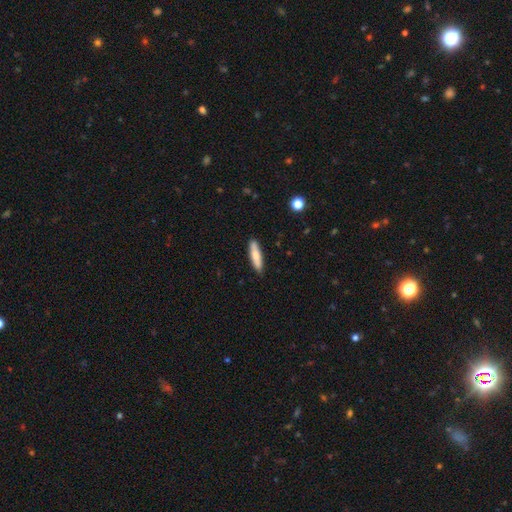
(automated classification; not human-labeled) The model was most divided on "smooth or featured": smooth: 72%, featured or disk: 22%, star or artifact: 6%. More confident: merging — none (88%); how rounded — cigar-shaped (78%).